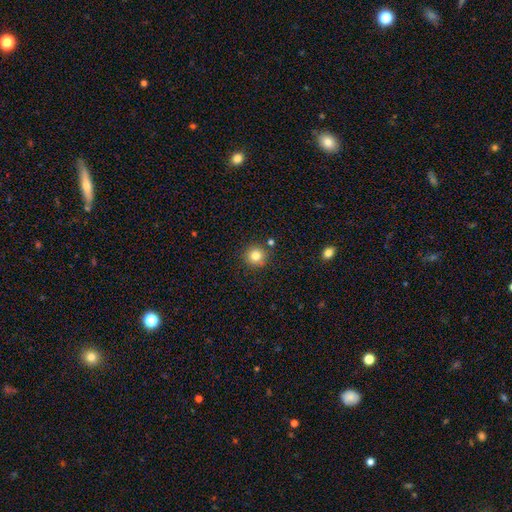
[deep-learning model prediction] A smooth galaxy with no disk features (81%) that is round (94%).

Vote fractions:
- Smooth or featured? smooth: 81% / star or artifact: 12% / featured or disk: 7%
- How rounded? round: 94% / in between: 5% / cigar-shaped: 1%
- Merging? none: 87% / minor disturbance: 7% / merger: 4% / major disturbance: 2%